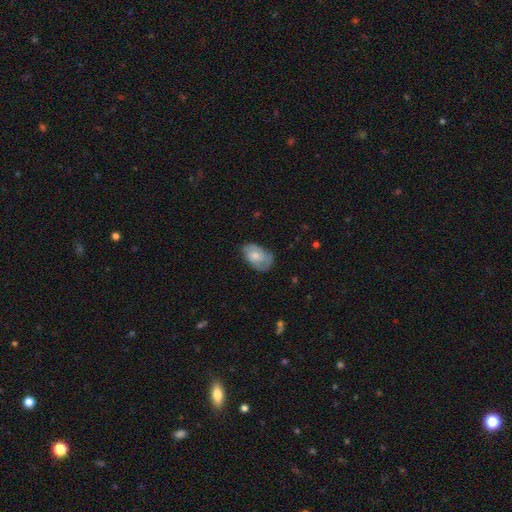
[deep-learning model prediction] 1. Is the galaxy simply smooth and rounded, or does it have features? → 55% smooth, 39% featured or disk, 6% star or artifact.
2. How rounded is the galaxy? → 90% in between, 8% round, 2% cigar-shaped.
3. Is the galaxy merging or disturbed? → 64% none, 27% minor disturbance, 8% major disturbance, 1% merger.